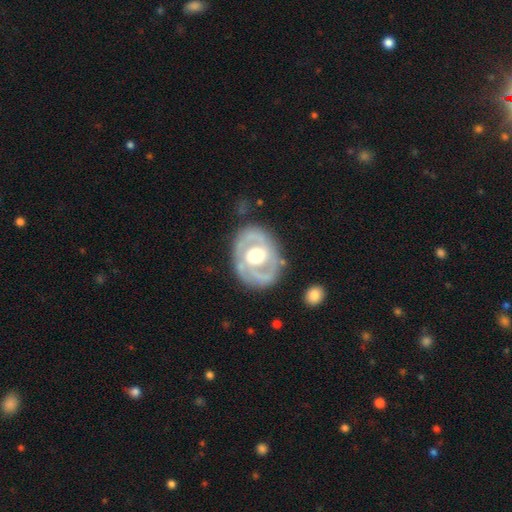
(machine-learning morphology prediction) Smooth or featured? Predicted: featured or disk (p=0.76). Edge-on disk? Predicted: no (p=0.96). Bar? Predicted: no (p=0.53). Spiral arms? Predicted: yes (p=0.62). Bulge size? Predicted: moderate (p=0.58). Merging? Predicted: none (p=0.77).